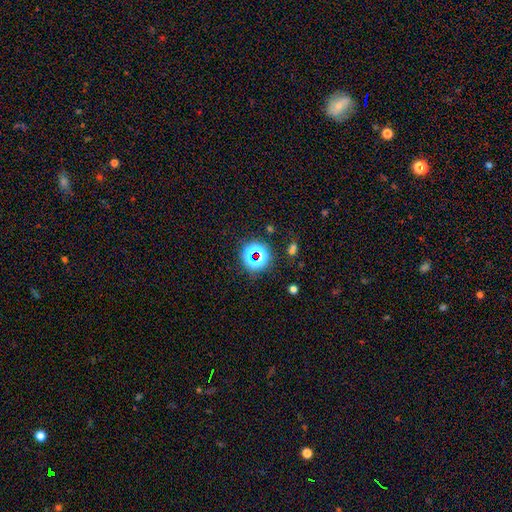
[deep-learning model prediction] Q: Smooth or featured?
A: star or artifact (65%); runner-up: smooth (25%)